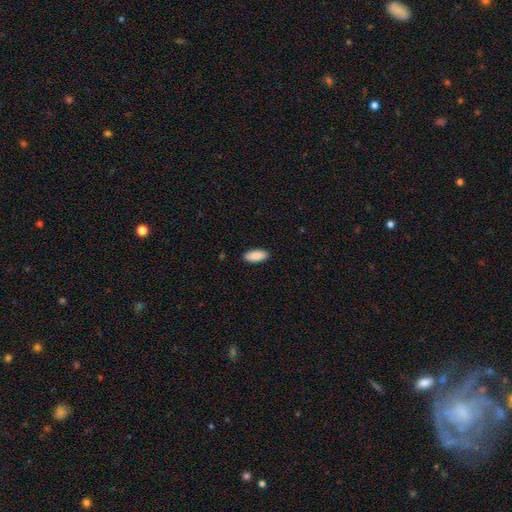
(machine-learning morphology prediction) This appears to be a smooth galaxy with no disk features (90%) that is in between round and cigar-shaped (88%). Merging: none (90%).